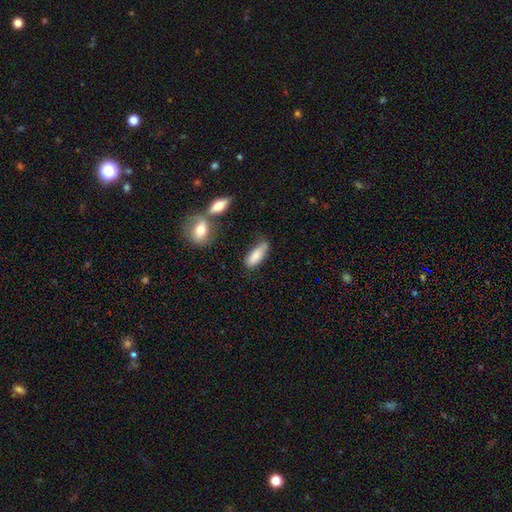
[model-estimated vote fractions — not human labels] smooth 84%, featured or disk 10%, star or artifact 7%. Down the decision tree: how rounded — in between (69%); merging — none (58%).